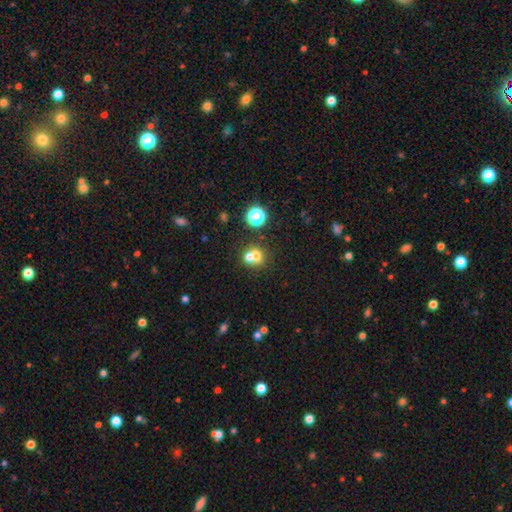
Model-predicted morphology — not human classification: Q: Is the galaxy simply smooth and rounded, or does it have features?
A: smooth — 65%.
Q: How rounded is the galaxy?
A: round — 79%.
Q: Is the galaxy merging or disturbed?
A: merger — 56%.